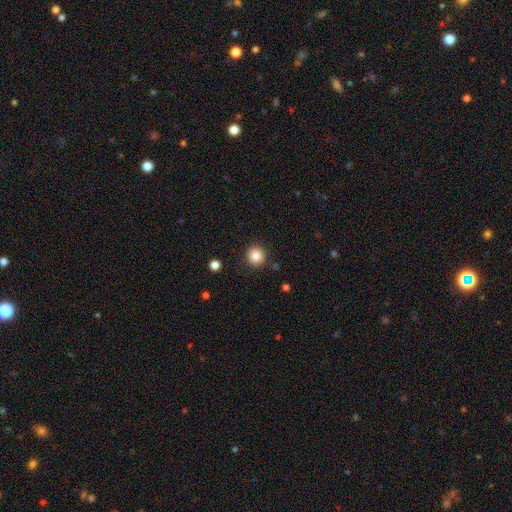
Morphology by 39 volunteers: smooth-or-featured: smooth: 82% | featured or disk: 10% | star or artifact: 8%
  how-rounded: round: 91% | in between: 9% | cigar-shaped: 0%
  merging: none: 92% | merger: 8% | minor disturbance: 0% | major disturbance: 0%